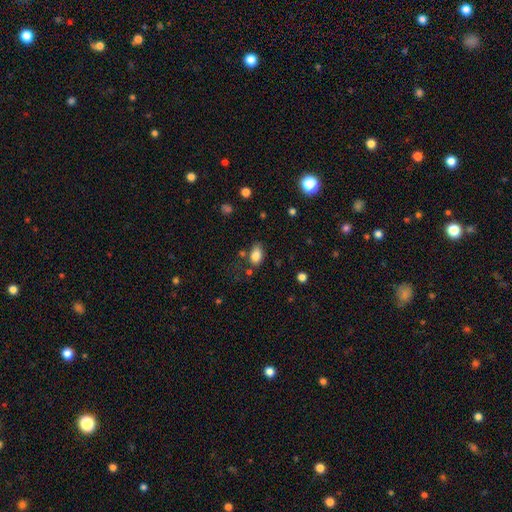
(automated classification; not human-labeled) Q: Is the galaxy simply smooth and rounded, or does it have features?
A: smooth — 84%.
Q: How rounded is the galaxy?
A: in between — 84%.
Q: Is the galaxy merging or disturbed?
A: none — 62%.